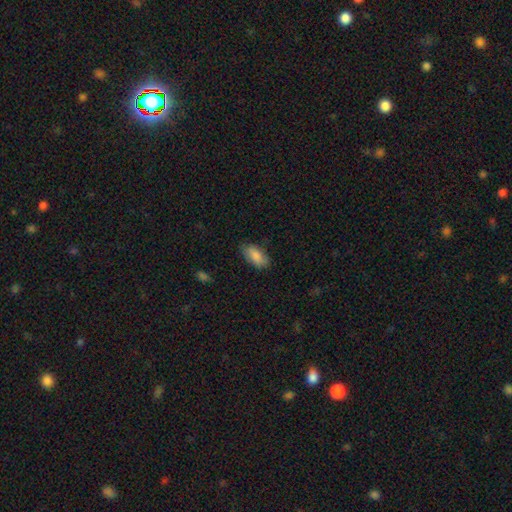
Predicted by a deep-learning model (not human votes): This appears to be a smooth galaxy with no disk features (86%) that is in between round and cigar-shaped (90%). Merging: none (80%).